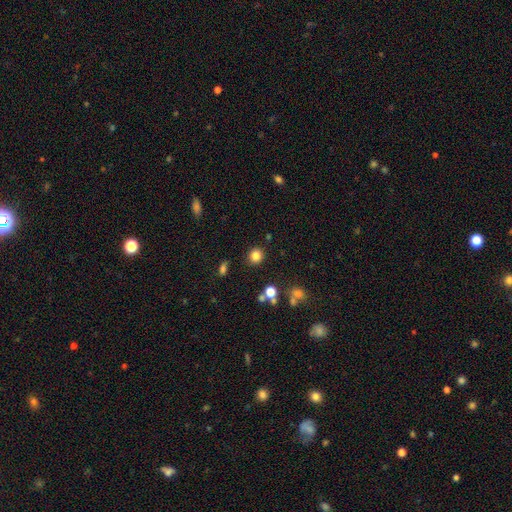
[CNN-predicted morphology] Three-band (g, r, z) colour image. It shows a smooth galaxy with no disk features (82%) that is round (86%). Merging: none (87%).